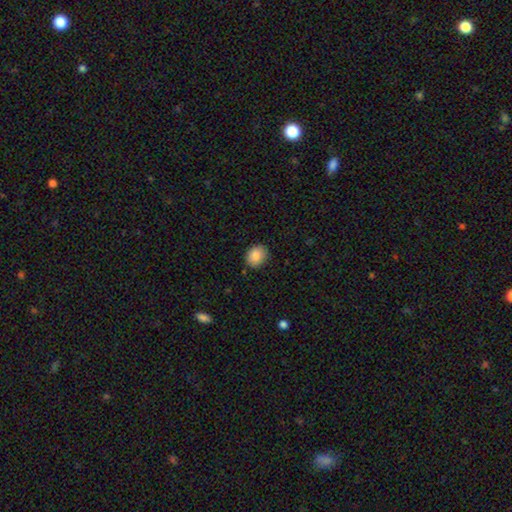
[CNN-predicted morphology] type=smooth (85%); roundness=round (55%); merging=none (82%).